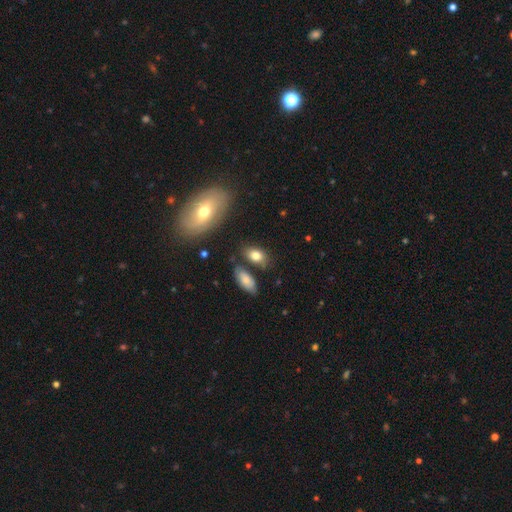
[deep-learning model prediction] smooth-or-featured: smooth: 80% | featured or disk: 11% | star or artifact: 9%
  how-rounded: in between: 86% | round: 10% | cigar-shaped: 3%
  merging: none: 70% | minor disturbance: 15% | merger: 10% | major disturbance: 5%